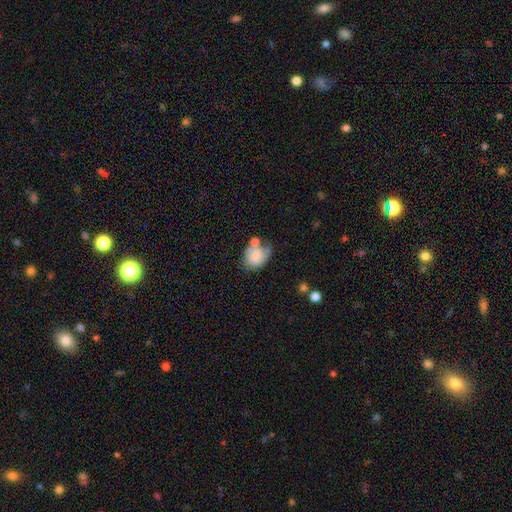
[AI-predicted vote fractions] A smooth galaxy with no disk features (62%) that is in between round and cigar-shaped (53%).

Vote fractions:
- Smooth or featured? smooth: 62% / featured or disk: 30% / star or artifact: 8%
- How rounded? in between: 53% / round: 46% / cigar-shaped: 1%
- Merging? none: 37% / minor disturbance: 28% / merger: 21% / major disturbance: 14%